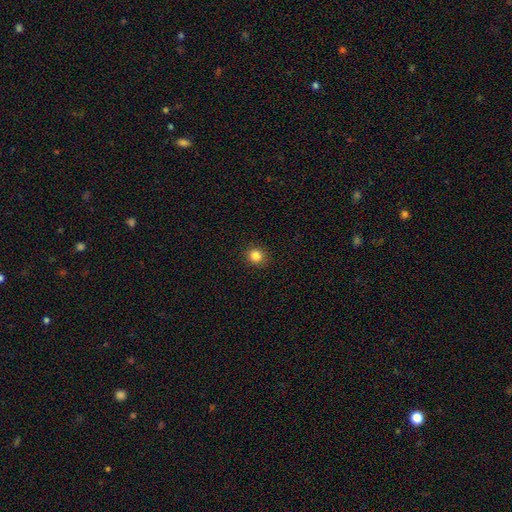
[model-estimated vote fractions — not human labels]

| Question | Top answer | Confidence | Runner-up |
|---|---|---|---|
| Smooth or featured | smooth | 84% | star or artifact (12%) |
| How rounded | round | 89% | in between (10%) |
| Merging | none | 92% | minor disturbance (5%) |